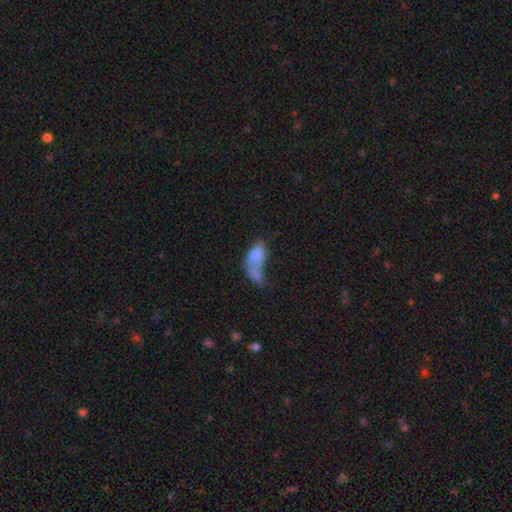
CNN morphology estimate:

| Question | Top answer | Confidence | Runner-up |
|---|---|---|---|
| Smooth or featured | smooth | 69% | featured or disk (22%) |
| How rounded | in between | 86% | round (7%) |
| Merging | merger | 55% | major disturbance (19%) |